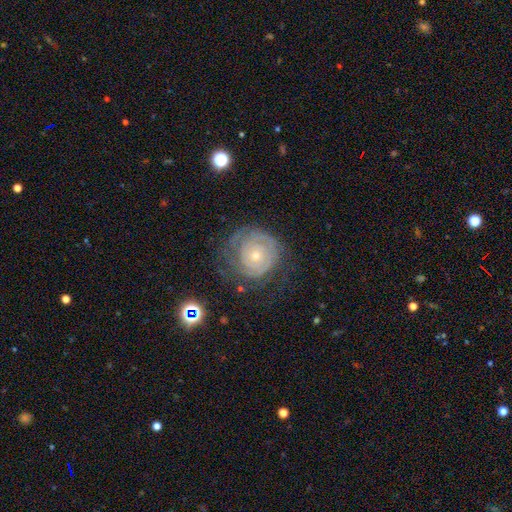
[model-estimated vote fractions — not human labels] The model was most divided on "spiral arm count": can't tell: 48%, 2: 23%, 3: 11%, 1: 7%, 4: 6%, more than 4: 4%. More confident: edge-on disk — no (97%); bar — no (85%); spiral arms — yes (84%); spiral winding — tight (77%); smooth or featured — featured or disk (73%); bulge size — small (68%); merging — none (63%).